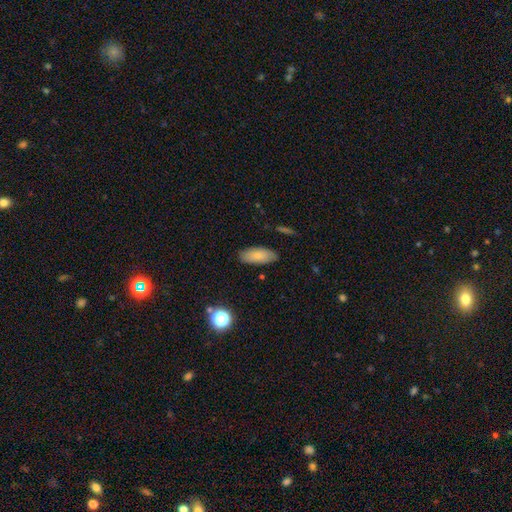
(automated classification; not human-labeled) Overall: smooth (82%). How rounded: in between (85%). Merging: none (85%).